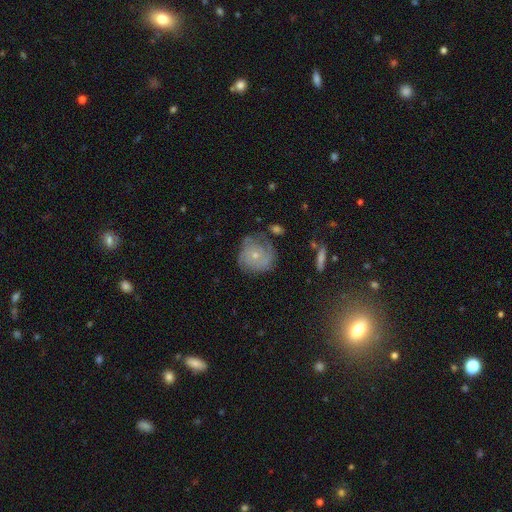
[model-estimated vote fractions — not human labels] Morphology: type=featured or disk (68%); edge-on=no (97%); bar=no (83%); spiral arms=yes (87%); winding=tight (64%); arm count=can't tell (37%); bulge=small (73%); merging=none (66%).